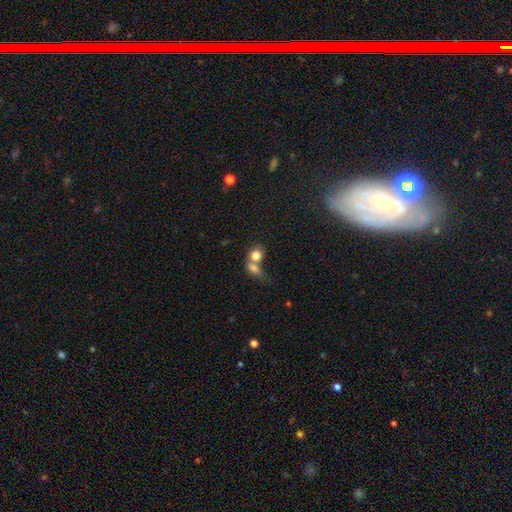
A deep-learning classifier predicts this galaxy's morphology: smooth 78%, featured or disk 13%, star or artifact 10%. Down the decision tree: how rounded — round (53%); merging — merger (62%).